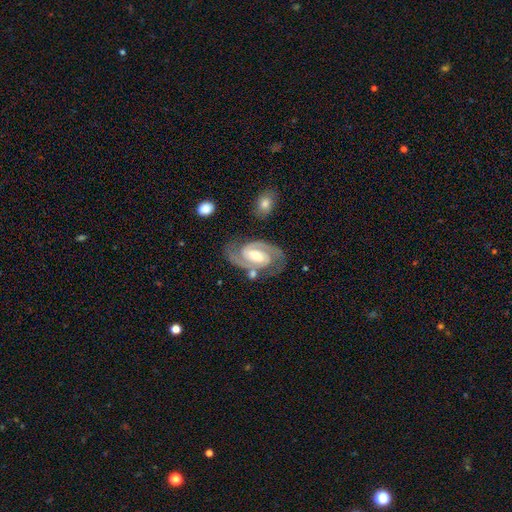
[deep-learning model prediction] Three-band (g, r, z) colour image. It shows a featured or disk galaxy (89%) with a weak bar (42%), 2 (91%) tight (50%) spiral arms (97%) and a moderate central bulge (57%). Merging: none (77%).